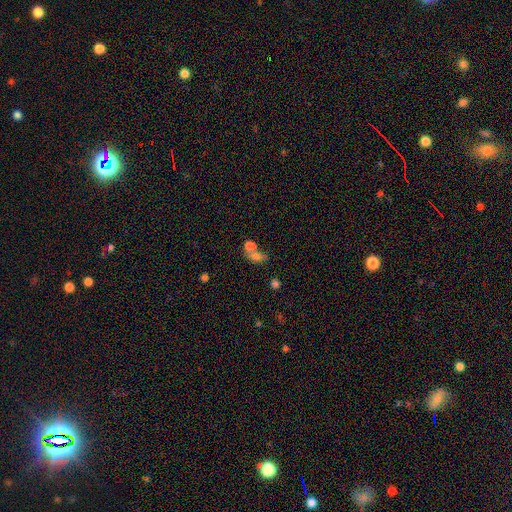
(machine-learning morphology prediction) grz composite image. It shows a smooth galaxy with no disk features (73%) that is in between round and cigar-shaped (76%). Merging: merger (60%).